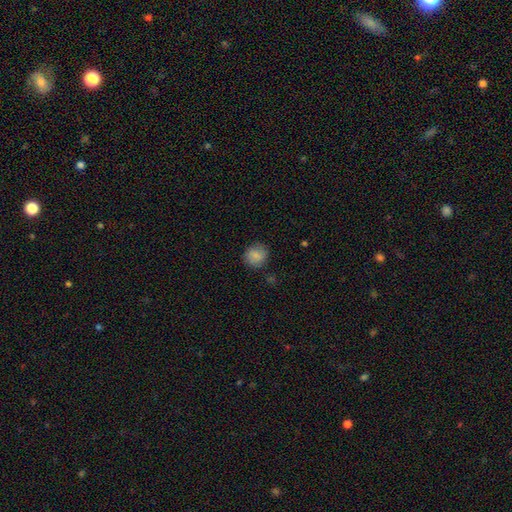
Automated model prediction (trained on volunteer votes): Smooth or featured: smooth — 80% (featured or disk — 12%)
How rounded: round — 86% (in between — 13%)
Merging: none — 83% (minor disturbance — 13%)